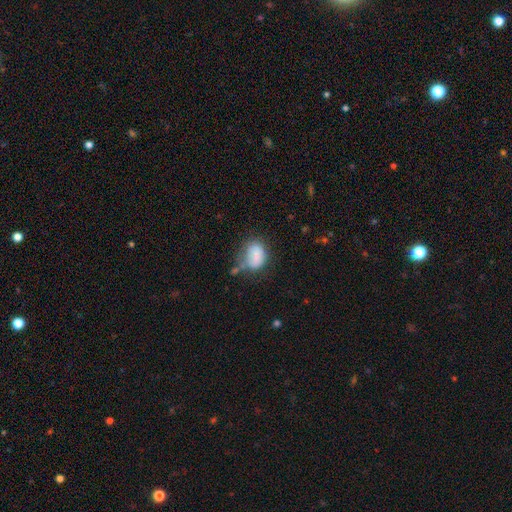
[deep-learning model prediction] Smooth or featured: smooth — 79% (featured or disk — 13%)
How rounded: in between — 62% (round — 37%)
Merging: none — 46% (minor disturbance — 30%)